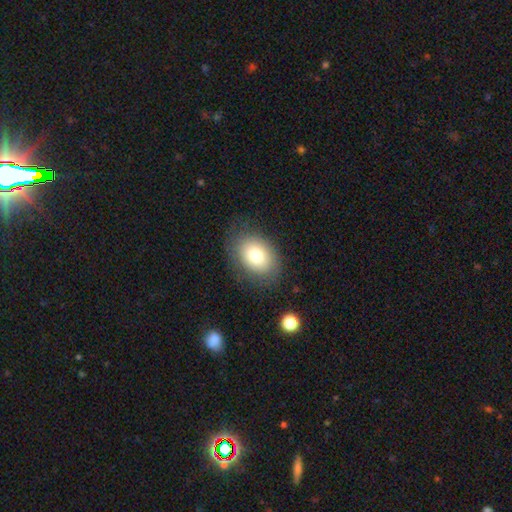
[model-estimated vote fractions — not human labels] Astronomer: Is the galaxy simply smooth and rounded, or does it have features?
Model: smooth — 79%.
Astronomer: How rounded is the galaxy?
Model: in between — 80%.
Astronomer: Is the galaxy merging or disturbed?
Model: none — 79%.